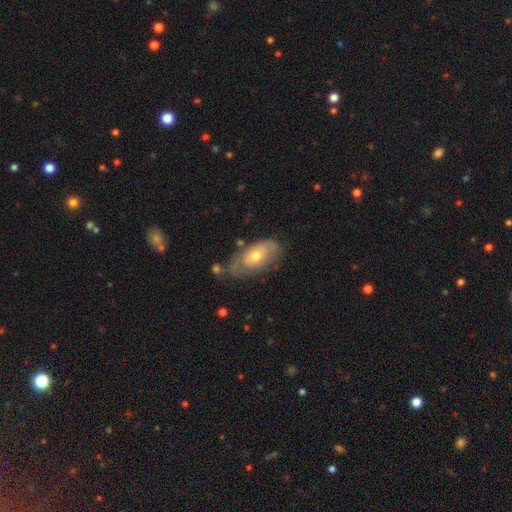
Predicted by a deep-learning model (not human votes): Smooth or featured? featured or disk (48%)
Merging? none (52%)